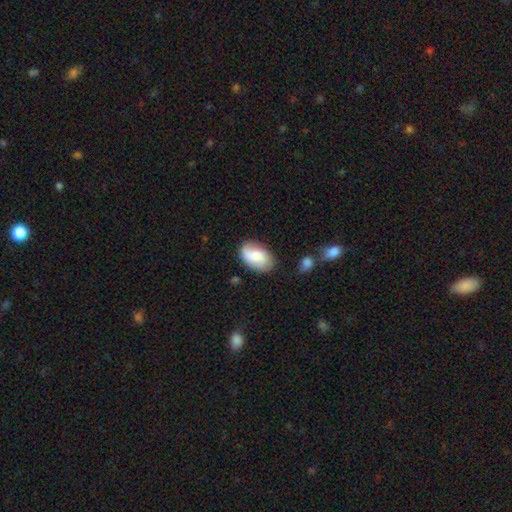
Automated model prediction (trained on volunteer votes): This is likely a smooth galaxy (66%). How rounded: clearly in between (89%). Merging: likely none (72%).